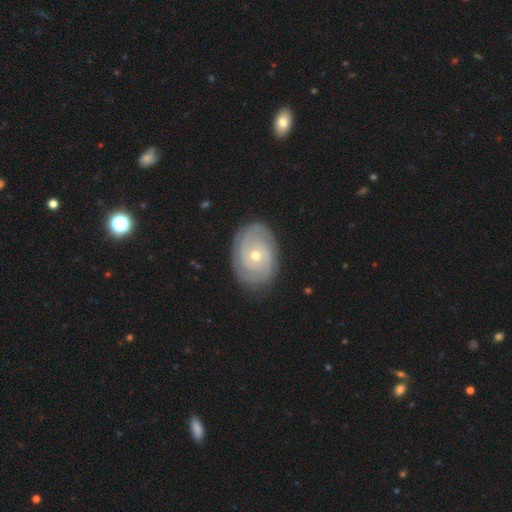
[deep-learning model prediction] Smooth or featured: featured or disk — 84% (smooth — 11%)
Edge-on disk: no — 97% (yes — 3%)
Bar: no — 77% (weak — 19%)
Spiral arms: yes — 95% (no — 5%)
Spiral winding: tight — 81% (medium — 16%)
Spiral arm count: 2 — 35% (can't tell — 26%)
Bulge size: moderate — 50% (small — 47%)
Merging: none — 83% (minor disturbance — 12%)